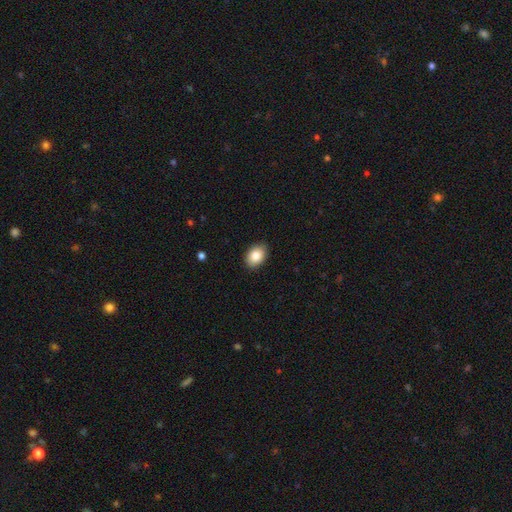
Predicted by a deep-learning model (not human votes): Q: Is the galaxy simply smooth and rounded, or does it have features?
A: smooth — 85%.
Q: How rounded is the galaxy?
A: in between — 79%.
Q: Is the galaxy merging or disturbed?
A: none — 89%.